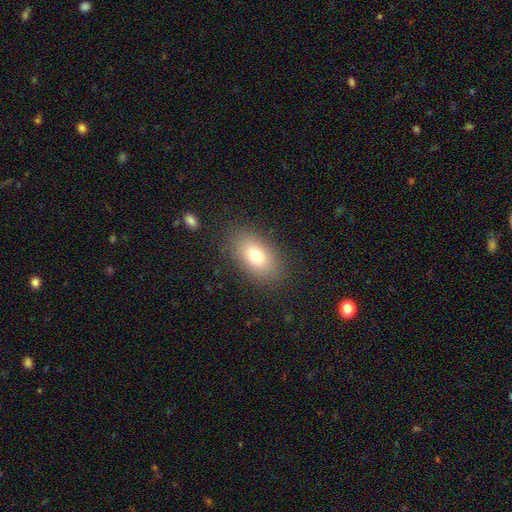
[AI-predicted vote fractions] A smooth galaxy with no disk features (75%) that is in between round and cigar-shaped (88%). Merging: none (84%).